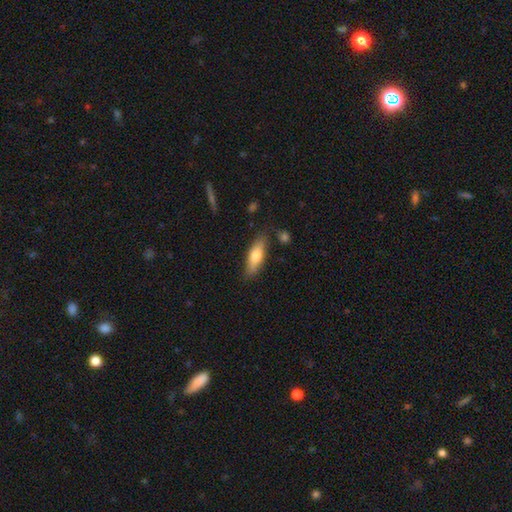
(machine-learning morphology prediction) Smooth or featured?
  - smooth: 73% *
  - featured or disk: 21%
  - star or artifact: 6%
How rounded?
  - in between: 52% *
  - cigar-shaped: 46%
  - round: 2%
Merging?
  - none: 80% *
  - minor disturbance: 14%
  - major disturbance: 3%
  - merger: 3%